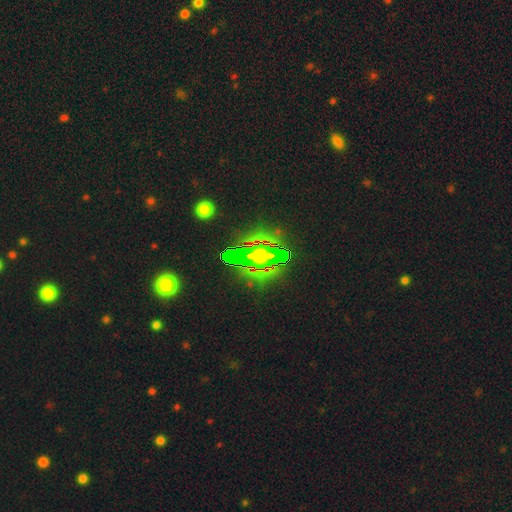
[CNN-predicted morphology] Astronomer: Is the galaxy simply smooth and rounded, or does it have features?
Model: star or artifact — 77%.